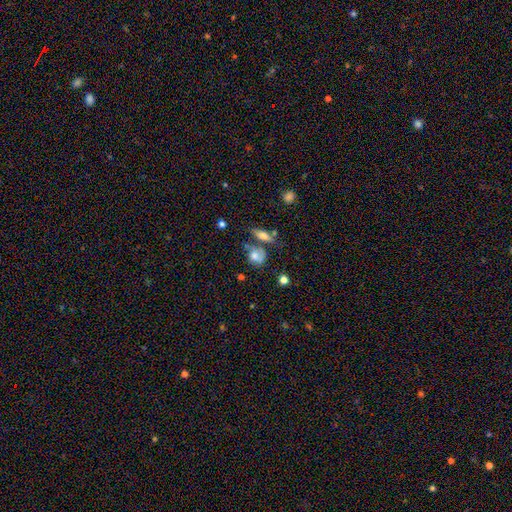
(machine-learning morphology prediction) smooth 67%, featured or disk 23%, star or artifact 10%. Down the decision tree: how rounded — round (50%); merging — none (40%).